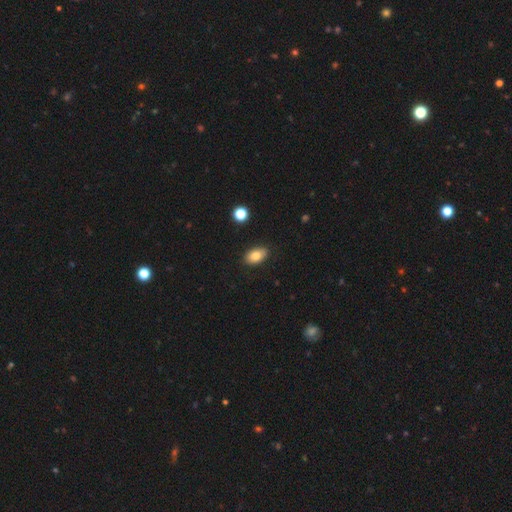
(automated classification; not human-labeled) smooth_or_featured: smooth (p=0.82) [alt: featured or disk p=0.10]
how_rounded: in between (p=0.90) [alt: round p=0.08]
merging: none (p=0.87) [alt: minor disturbance p=0.09]